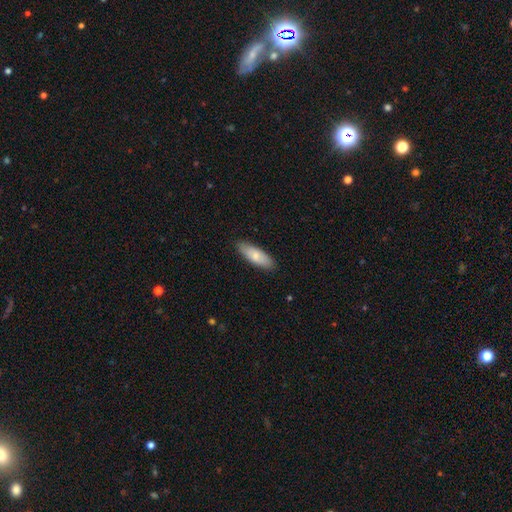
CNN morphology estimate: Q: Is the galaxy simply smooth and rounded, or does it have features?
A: smooth — 77%.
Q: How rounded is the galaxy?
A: in between — 61%.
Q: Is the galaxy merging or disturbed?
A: none — 87%.